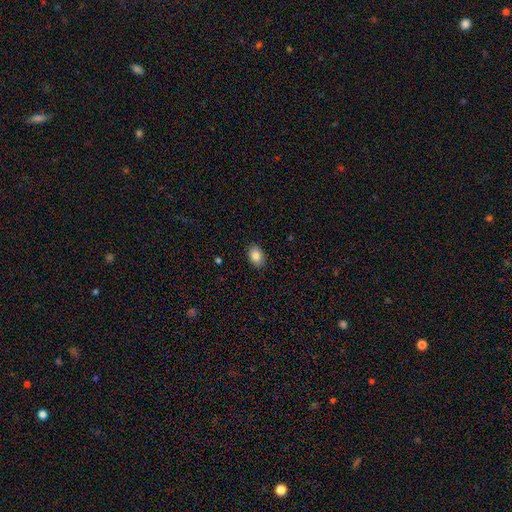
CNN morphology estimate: smooth-or-featured: smooth: 85% | star or artifact: 8% | featured or disk: 6%
  how-rounded: in between: 79% | round: 20% | cigar-shaped: 1%
  merging: none: 89% | minor disturbance: 8% | major disturbance: 2% | merger: 1%